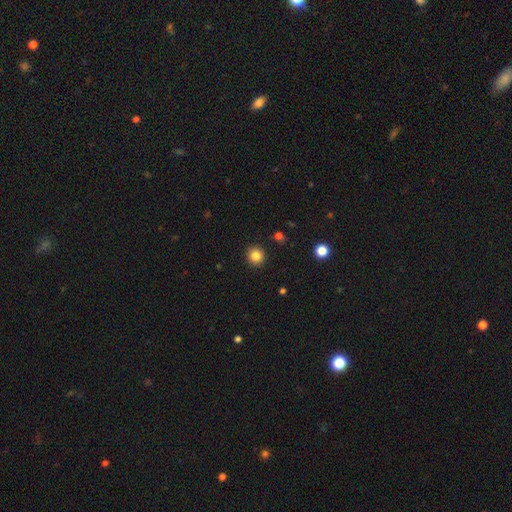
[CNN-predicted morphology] A smooth galaxy with no disk features (84%) that is round (92%). Merging: none (92%).